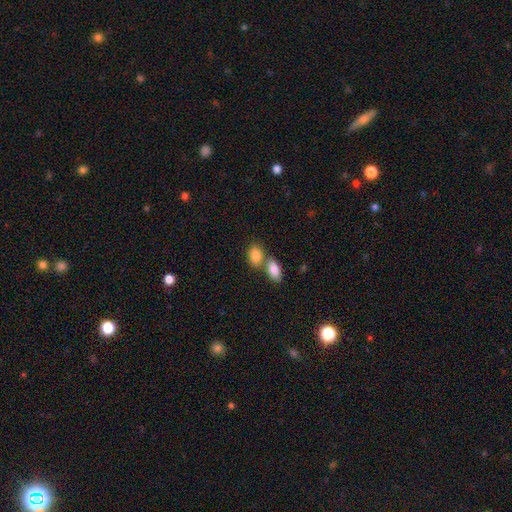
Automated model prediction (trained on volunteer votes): smooth 85%, featured or disk 8%, star or artifact 7%. Down the decision tree: how rounded — in between (85%); merging — merger (49%).